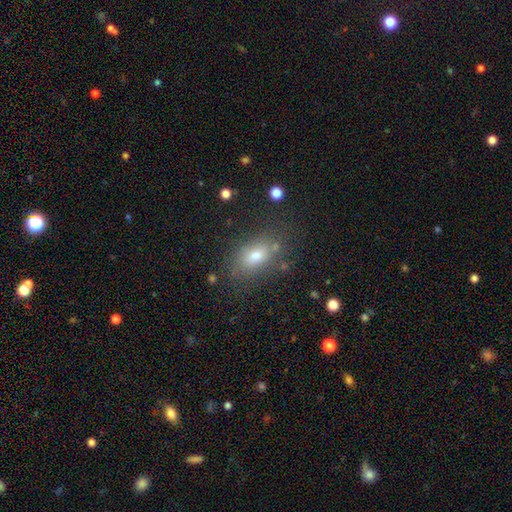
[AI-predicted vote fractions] Smooth or featured? Predicted: smooth (p=0.71). How rounded? Predicted: in between (p=0.79). Merging? Predicted: none (p=0.77).